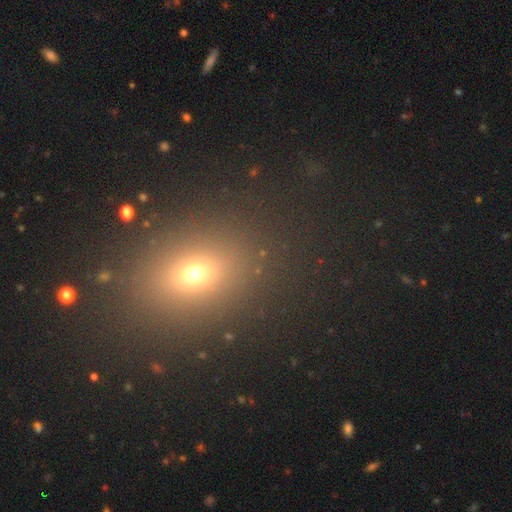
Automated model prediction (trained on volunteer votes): A smooth galaxy with no disk features (59%) that is in between round and cigar-shaped (61%).

Vote fractions:
- Smooth or featured? smooth: 59% / star or artifact: 29% / featured or disk: 12%
- How rounded? in between: 61% / round: 36% / cigar-shaped: 3%
- Merging? none: 87% / minor disturbance: 7% / major disturbance: 4% / merger: 2%